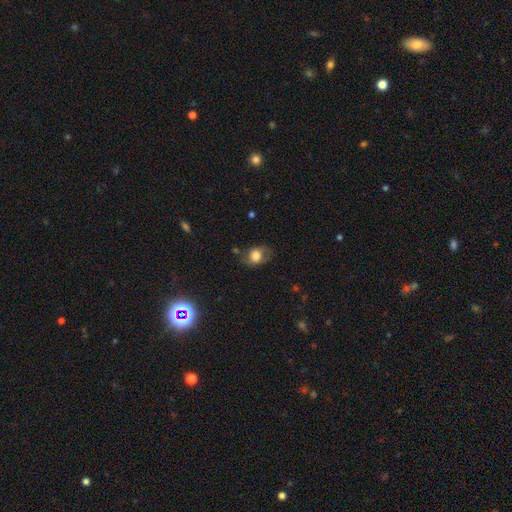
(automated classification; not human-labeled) Smooth or featured: smooth — 70% (featured or disk — 20%)
How rounded: in between — 62% (round — 36%)
Merging: none — 53% (minor disturbance — 28%)